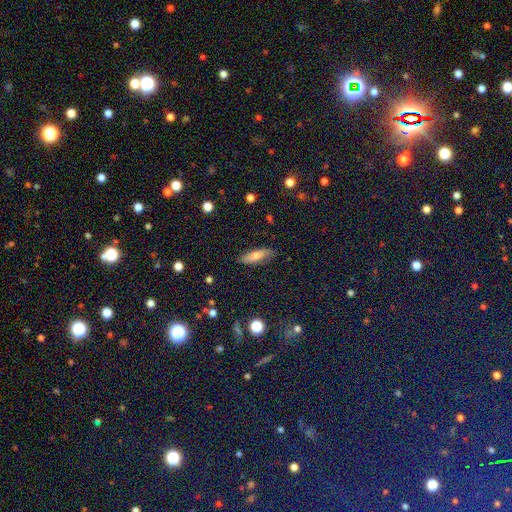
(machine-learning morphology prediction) The model was most divided on "how rounded": in between: 51%, cigar-shaped: 46%, round: 3%. More confident: merging — none (84%); smooth or featured — smooth (63%).